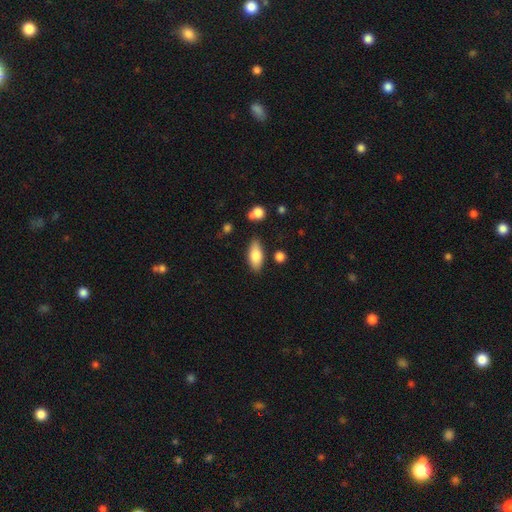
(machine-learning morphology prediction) A smooth galaxy with no disk features (78%) that is in between round and cigar-shaped (82%). Merging: none (82%).